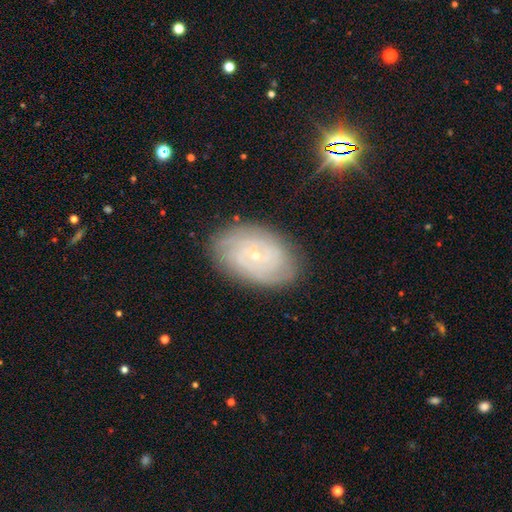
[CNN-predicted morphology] Smooth or featured? featured or disk (75%)
Edge-on disk? no (96%)
Bar? no (76%)
Spiral arms? yes (92%)
Spiral winding? tight (78%)
Spiral arm count? can't tell (43%)
Bulge size? small (86%)
Merging? none (82%)